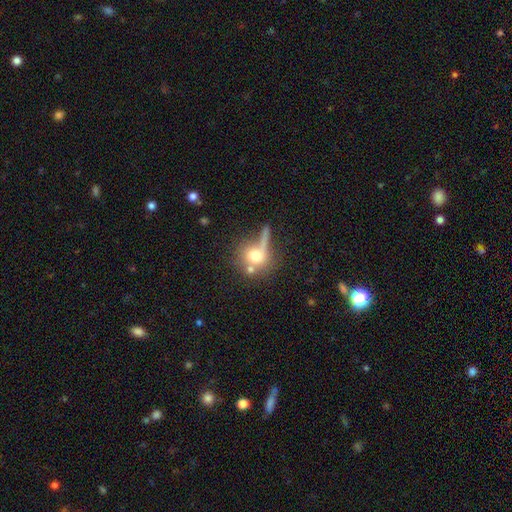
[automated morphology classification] This is likely a smooth galaxy (66%). How rounded: likely round (79%). Merging: marginally none (42%).